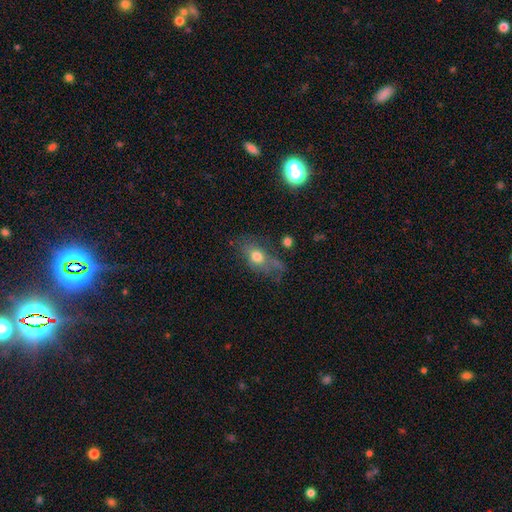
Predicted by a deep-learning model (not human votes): A smooth galaxy with no disk features (48%).

Vote fractions:
- Smooth or featured? smooth: 48% / featured or disk: 31% / star or artifact: 21%
- Merging? none: 55% / minor disturbance: 25% / major disturbance: 15% / merger: 6%